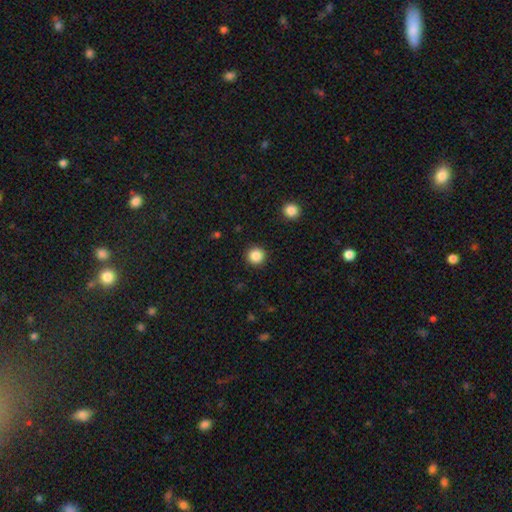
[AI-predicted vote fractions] Smooth or featured: smooth — 86% (star or artifact — 11%)
How rounded: round — 95% (in between — 4%)
Merging: none — 92% (minor disturbance — 5%)